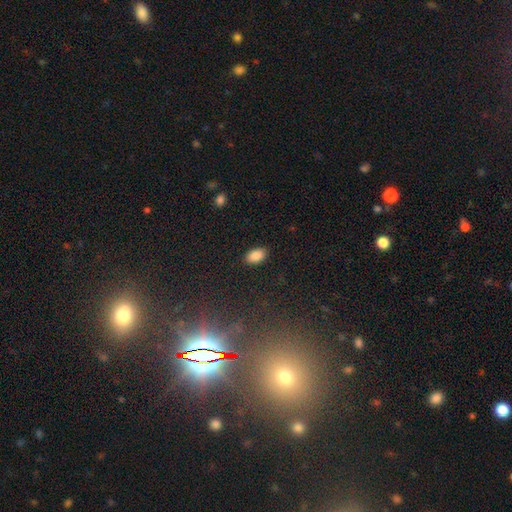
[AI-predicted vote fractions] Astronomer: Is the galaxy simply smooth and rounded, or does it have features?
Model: smooth — 87%.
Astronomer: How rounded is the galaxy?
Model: in between — 93%.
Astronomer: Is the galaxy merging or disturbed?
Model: none — 88%.